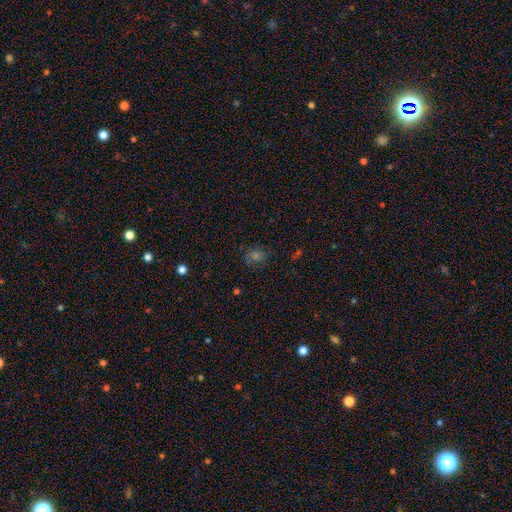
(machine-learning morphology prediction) A smooth galaxy with no disk features (45%).

Vote fractions:
- Smooth or featured? smooth: 45% / star or artifact: 30% / featured or disk: 25%
- Merging? none: 76% / minor disturbance: 15% / major disturbance: 7% / merger: 2%